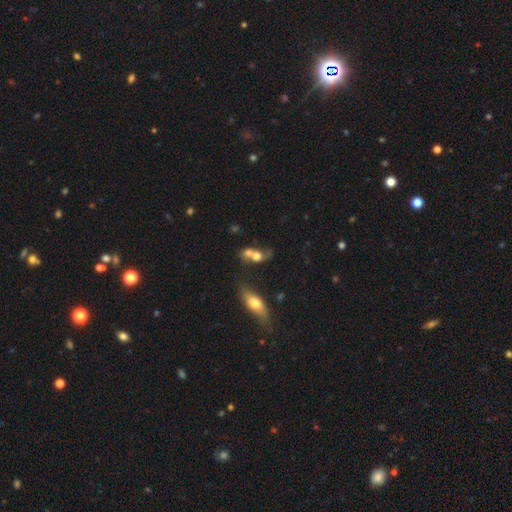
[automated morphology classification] Smooth or featured: smooth — 61% (featured or disk — 28%)
How rounded: in between — 58% (round — 36%)
Merging: merger — 64% (none — 20%)